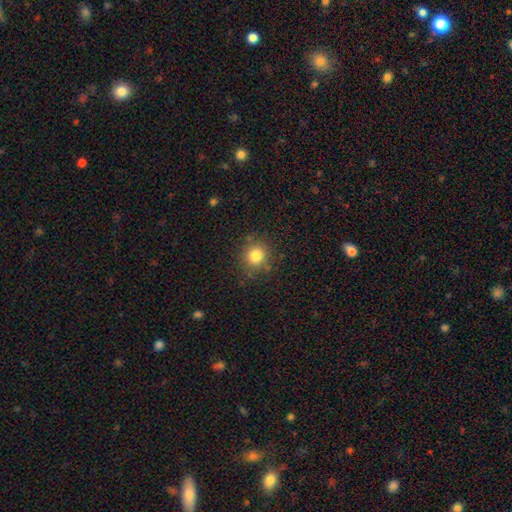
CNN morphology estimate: smooth-or-featured: smooth: 81% | star or artifact: 12% | featured or disk: 6%
  how-rounded: round: 88% | in between: 11% | cigar-shaped: 1%
  merging: none: 83% | minor disturbance: 11% | major disturbance: 4% | merger: 2%